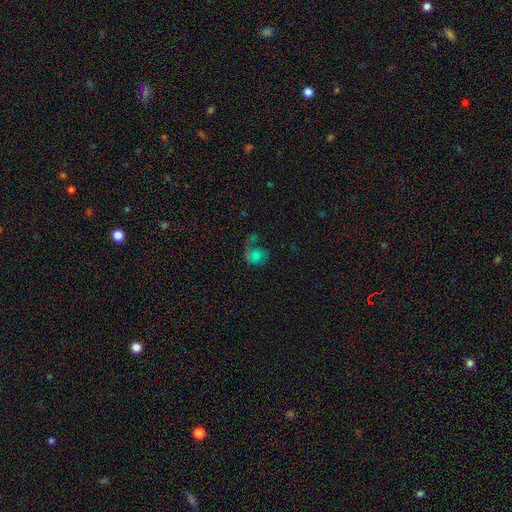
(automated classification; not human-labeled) This appears to be a smooth galaxy with no disk features (43%). Merging: major disturbance (37%).